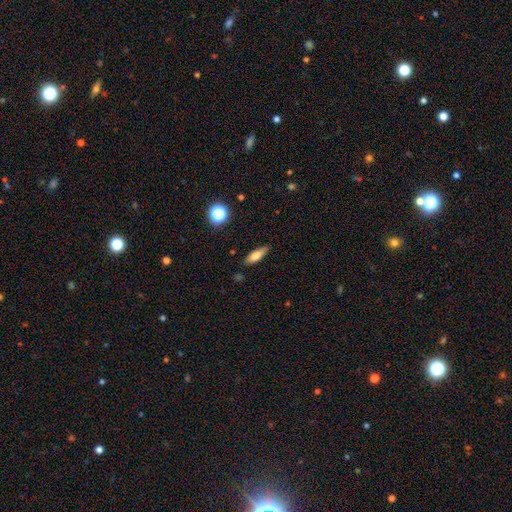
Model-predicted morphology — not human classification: Overall: smooth (72%). How rounded: in between (59%; cigar-shaped 38%). Merging: none (84%).